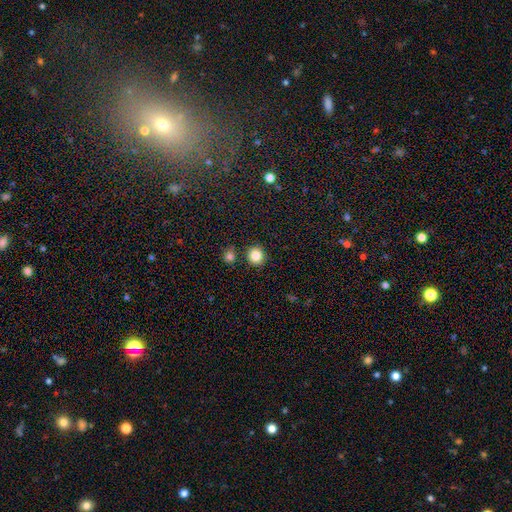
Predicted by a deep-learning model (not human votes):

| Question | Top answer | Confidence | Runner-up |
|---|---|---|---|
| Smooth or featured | smooth | 85% | star or artifact (10%) |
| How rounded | round | 89% | in between (10%) |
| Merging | none | 85% | minor disturbance (7%) |